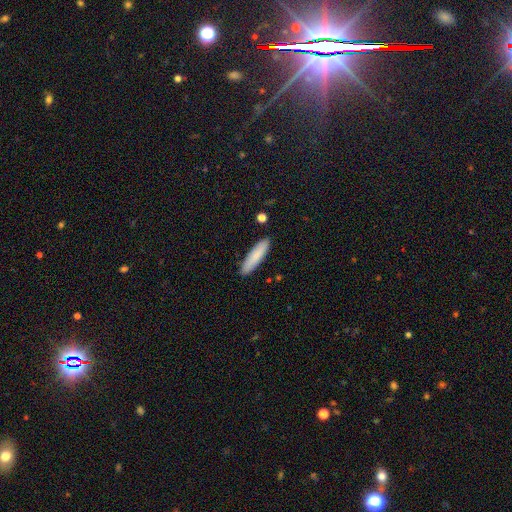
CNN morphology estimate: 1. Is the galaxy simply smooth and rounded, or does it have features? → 84% smooth, 10% featured or disk, 6% star or artifact.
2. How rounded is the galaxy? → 75% cigar-shaped, 24% in between, 1% round.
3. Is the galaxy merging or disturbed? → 89% none, 8% minor disturbance, 2% merger, 2% major disturbance.